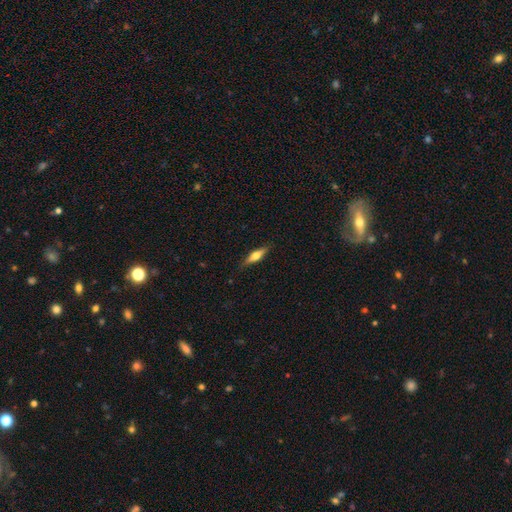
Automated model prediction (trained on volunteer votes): This appears to be a smooth galaxy with no disk features (47%, tied with featured or disk). Merging: none (86%).